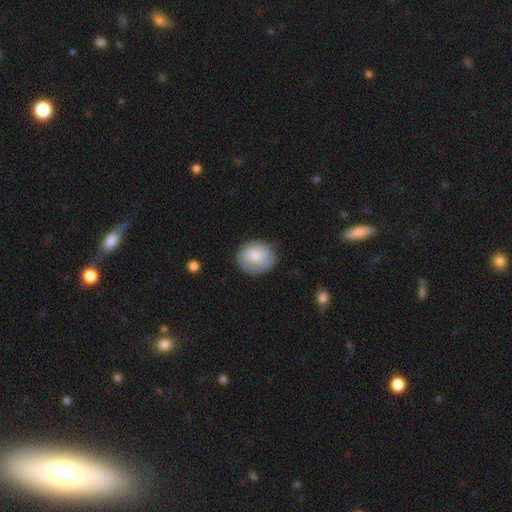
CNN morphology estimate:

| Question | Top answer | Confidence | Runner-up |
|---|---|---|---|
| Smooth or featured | smooth | 74% | featured or disk (19%) |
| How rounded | round | 77% | in between (23%) |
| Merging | none | 80% | minor disturbance (15%) |